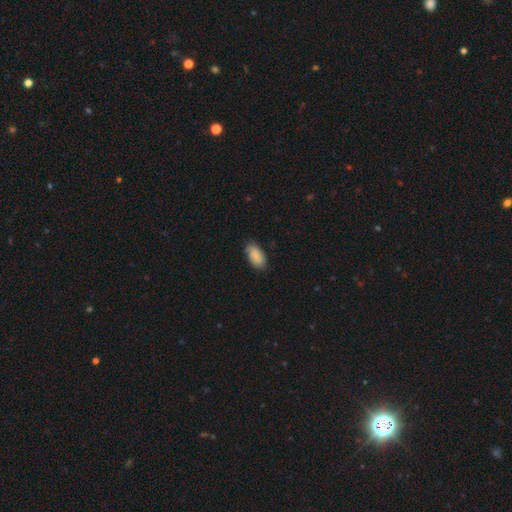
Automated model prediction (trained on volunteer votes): A smooth galaxy with no disk features (85%) that is in between round and cigar-shaped (94%).

Vote fractions:
- Smooth or featured? smooth: 85% / featured or disk: 8% / star or artifact: 6%
- How rounded? in between: 94% / round: 3% / cigar-shaped: 3%
- Merging? none: 76% / minor disturbance: 20% / major disturbance: 3% / merger: 1%